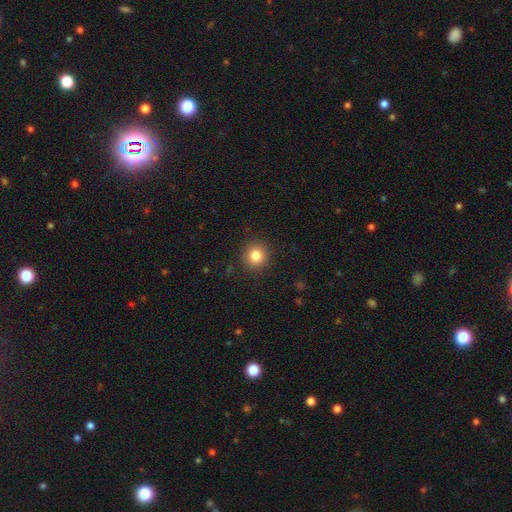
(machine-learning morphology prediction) Smooth or featured? smooth (83%)
How rounded? round (91%)
Merging? none (91%)